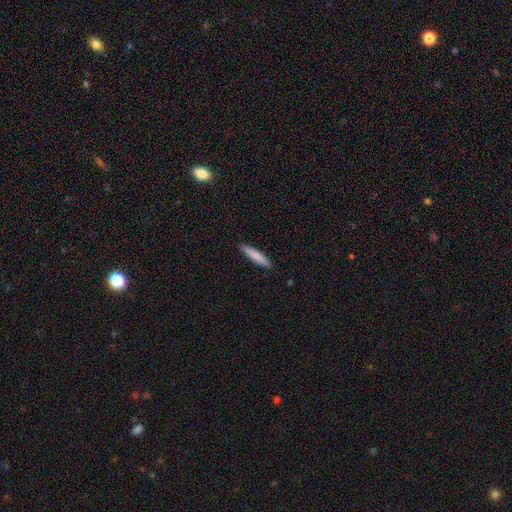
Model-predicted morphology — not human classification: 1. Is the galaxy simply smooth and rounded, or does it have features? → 82% smooth, 13% featured or disk, 5% star or artifact.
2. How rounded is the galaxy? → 88% cigar-shaped, 11% in between, 1% round.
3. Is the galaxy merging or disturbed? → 90% none, 8% minor disturbance, 2% major disturbance, 1% merger.